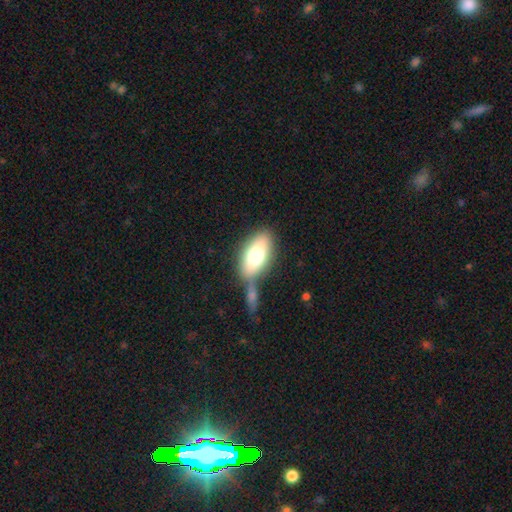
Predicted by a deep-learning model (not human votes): smooth 70%, featured or disk 23%, star or artifact 7%. Down the decision tree: how rounded — in between (88%); merging — none (56%).